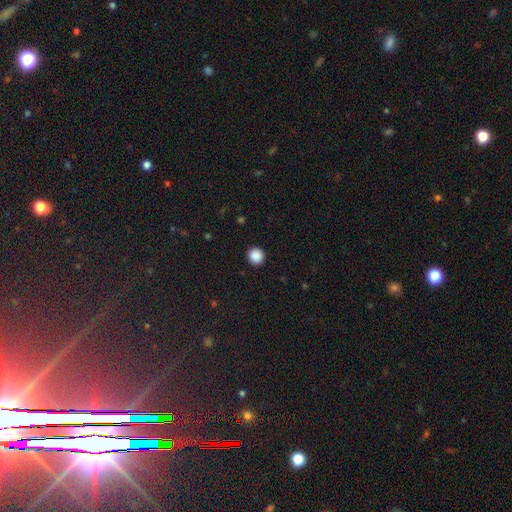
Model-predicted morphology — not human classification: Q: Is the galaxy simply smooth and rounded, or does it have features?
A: smooth — 88%.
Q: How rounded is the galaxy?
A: round — 94%.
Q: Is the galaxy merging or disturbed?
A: none — 93%.